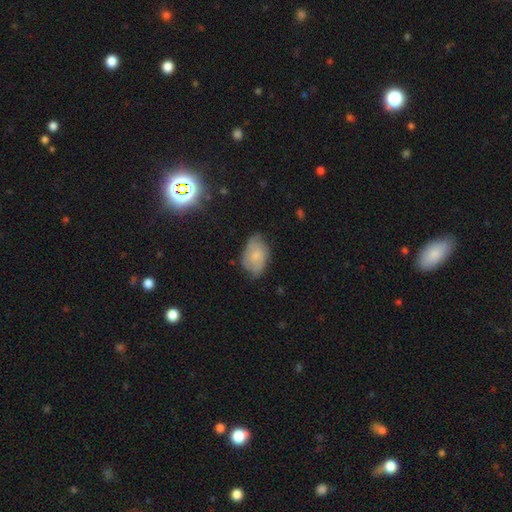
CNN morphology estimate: This appears to be a smooth galaxy with no disk features (63%) that is in between round and cigar-shaped (90%). Merging: none (63%).